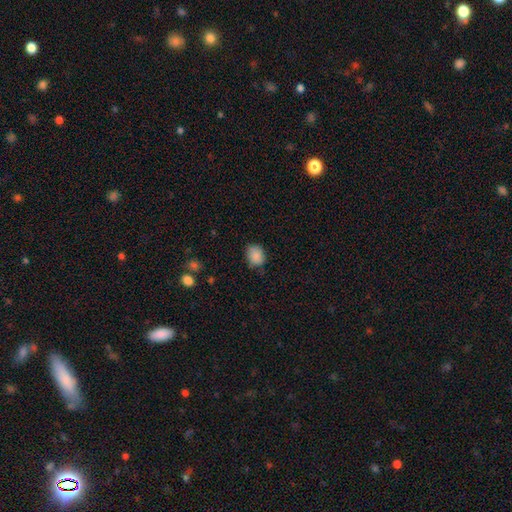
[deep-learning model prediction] The model was most divided on "how rounded": in between: 53%, round: 46%, cigar-shaped: 1%. More confident: smooth or featured — smooth (87%); merging — none (74%).